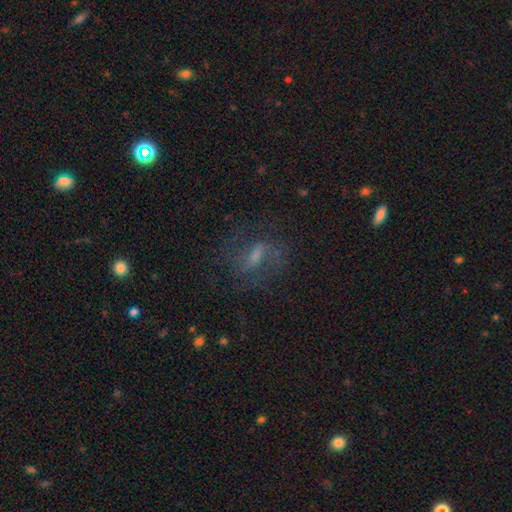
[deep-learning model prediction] Q: Smooth or featured?
A: featured or disk (57%); runner-up: smooth (27%)
Q: Edge-on disk?
A: no (91%); runner-up: yes (9%)
Q: Bar?
A: weak (45%); runner-up: strong (37%)
Q: Spiral arms?
A: yes (75%); runner-up: no (25%)
Q: Bulge size?
A: small (34%); tied with: moderate (34%)
Q: Merging?
A: none (65%); runner-up: minor disturbance (17%)